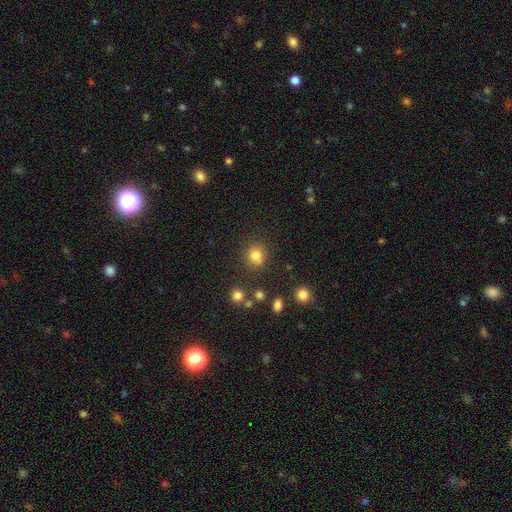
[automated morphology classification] This is clearly a smooth galaxy (80%). How rounded: clearly round (82%). Merging: likely none (76%).